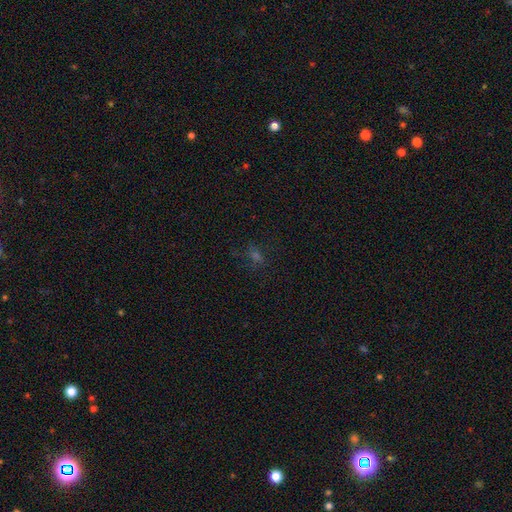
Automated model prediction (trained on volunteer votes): This is marginally a star or artifact rather than a galaxy (43%).